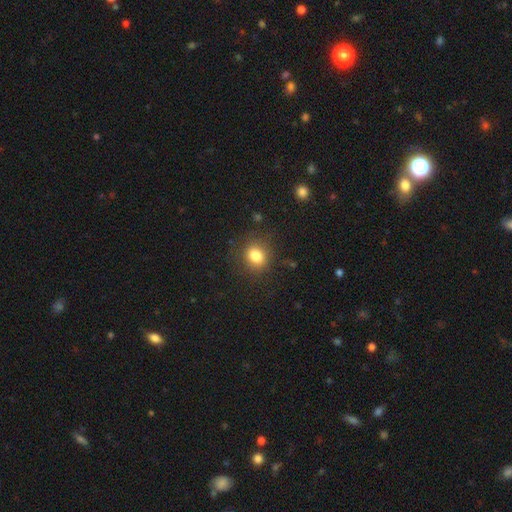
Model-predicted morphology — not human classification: smooth_or_featured: smooth (p=0.82) [alt: star or artifact p=0.11]
how_rounded: round (p=0.63) [alt: in between p=0.36]
merging: none (p=0.84) [alt: minor disturbance p=0.11]